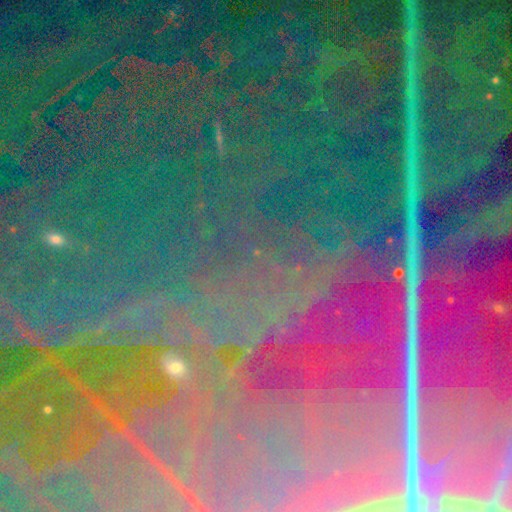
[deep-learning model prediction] star or artifact 87%, featured or disk 7%, smooth 6%.